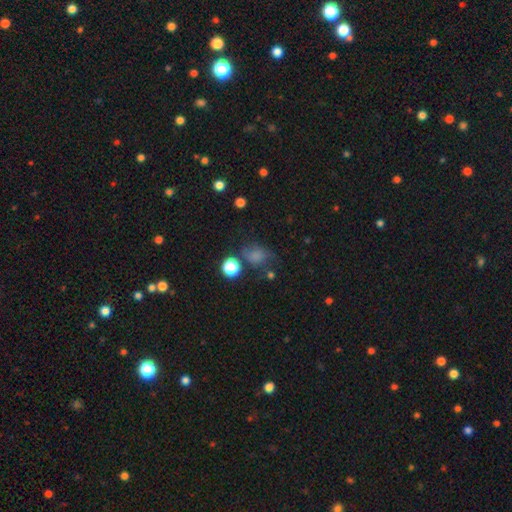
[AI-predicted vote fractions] smooth_or_featured: smooth (p=0.67) [alt: star or artifact p=0.19]
how_rounded: round (p=0.54) [alt: in between p=0.45]
merging: none (p=0.47) [alt: minor disturbance p=0.26]